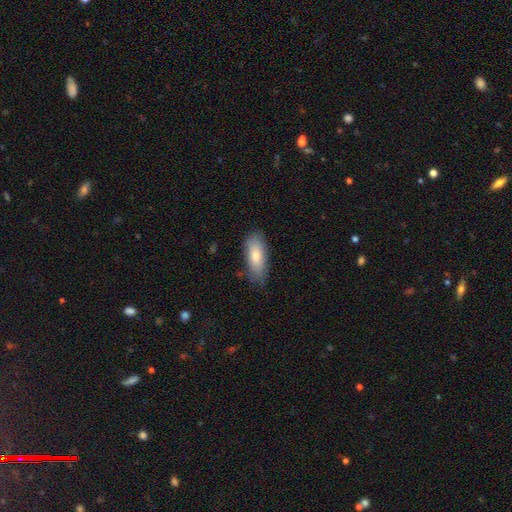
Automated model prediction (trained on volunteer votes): Smooth or featured: smooth — 76% (featured or disk — 18%)
How rounded: in between — 77% (cigar-shaped — 21%)
Merging: none — 73% (minor disturbance — 21%)